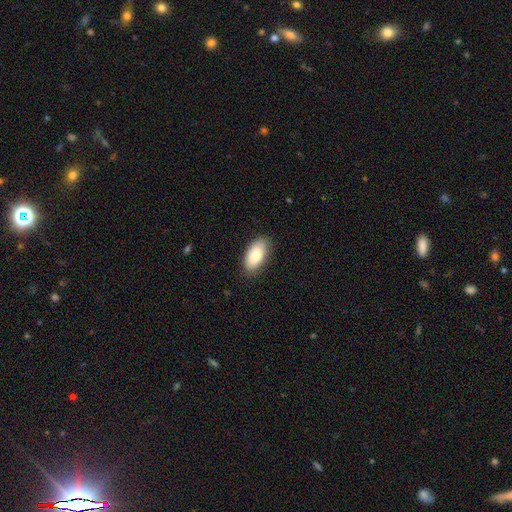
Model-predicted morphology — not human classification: type=smooth (83%); roundness=in between (92%); merging=none (85%).